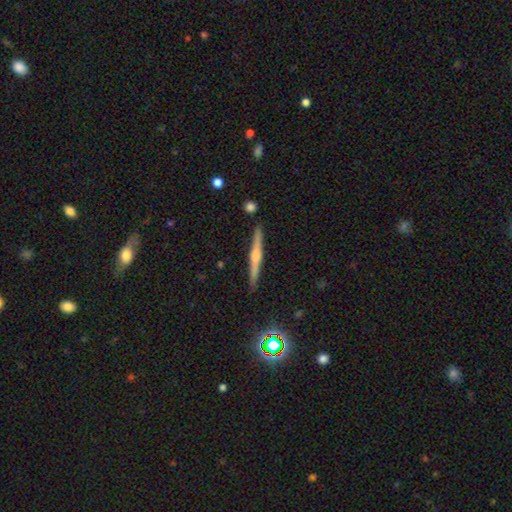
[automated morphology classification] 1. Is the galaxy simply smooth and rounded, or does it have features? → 69% featured or disk, 24% smooth, 8% star or artifact.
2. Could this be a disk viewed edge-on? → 98% yes, 2% no.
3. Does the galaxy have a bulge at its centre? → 76% rounded, 14% boxy, 10% none.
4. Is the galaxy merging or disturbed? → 91% none, 6% minor disturbance, 1% merger, 1% major disturbance.